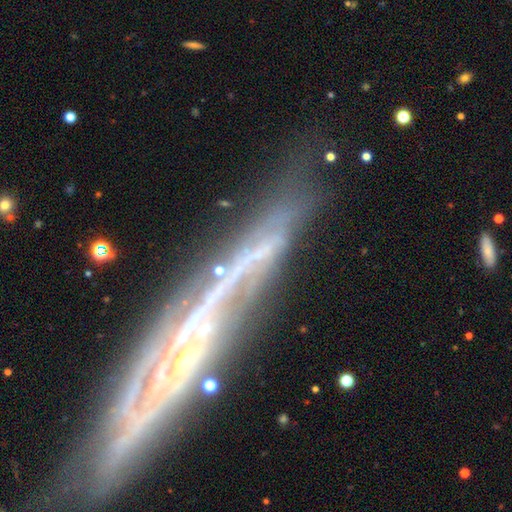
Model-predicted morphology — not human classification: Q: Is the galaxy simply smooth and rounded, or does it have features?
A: featured or disk — 70%.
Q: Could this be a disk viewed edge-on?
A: yes — 74%.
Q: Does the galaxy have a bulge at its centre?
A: none — 61%.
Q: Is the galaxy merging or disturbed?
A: none — 64%.